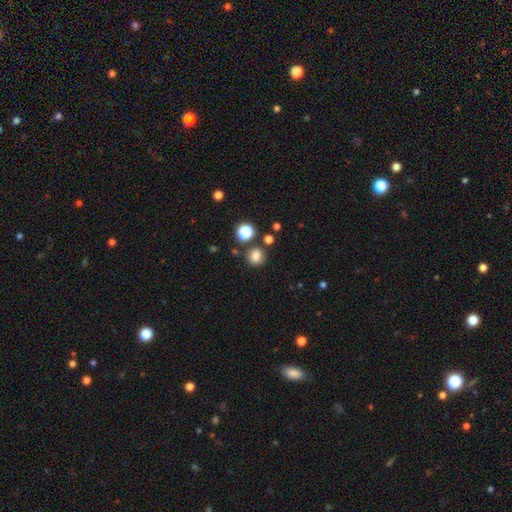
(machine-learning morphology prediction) type=smooth (80%); roundness=round (80%); merging=none (78%).